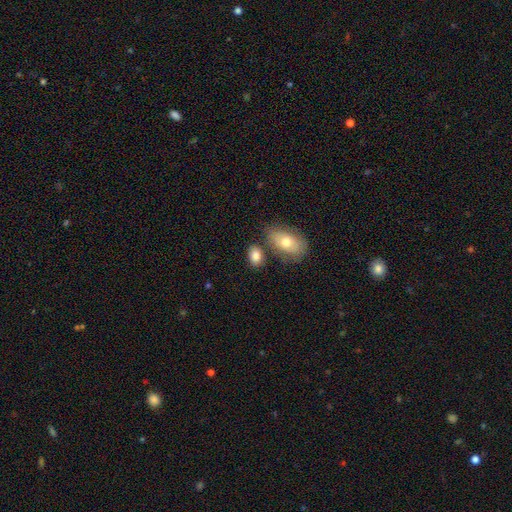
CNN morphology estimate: Overall: smooth (81%). How rounded: in between (86%). Merging: none (65%).